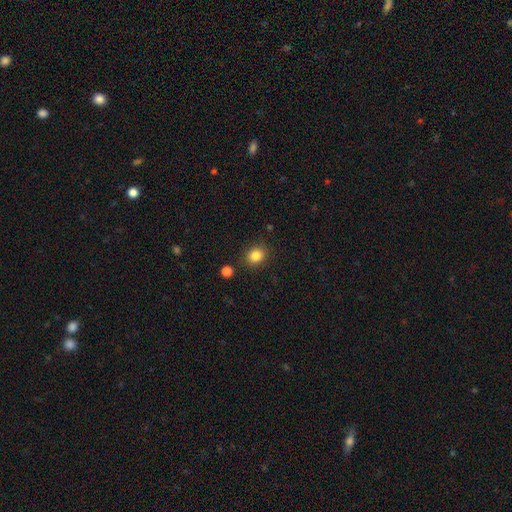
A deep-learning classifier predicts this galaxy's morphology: A smooth galaxy with no disk features (85%) that is round (61%).

Vote fractions:
- Smooth or featured? smooth: 85% / star or artifact: 11% / featured or disk: 5%
- How rounded? round: 61% / in between: 39% / cigar-shaped: 1%
- Merging? none: 86% / minor disturbance: 9% / merger: 3% / major disturbance: 3%